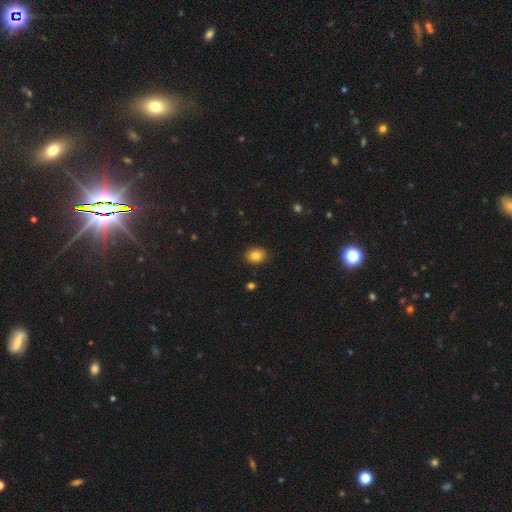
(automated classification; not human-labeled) A smooth galaxy with no disk features (83%) that is in between round and cigar-shaped (54%). Merging: none (90%).